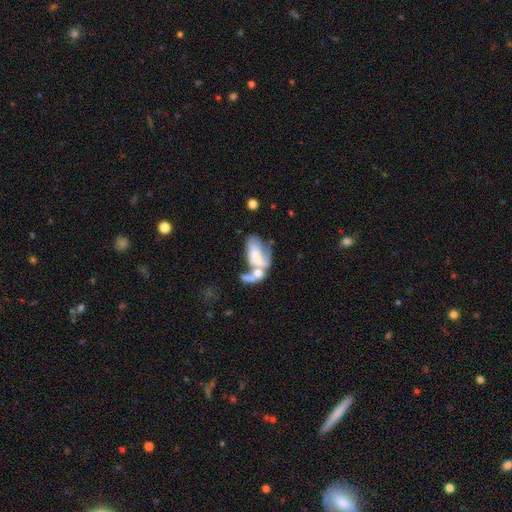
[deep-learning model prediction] This appears to be a smooth galaxy with no disk features (46%). Merging: merger (53%).